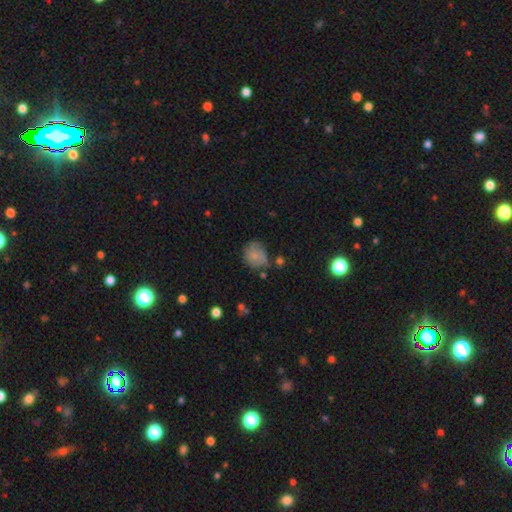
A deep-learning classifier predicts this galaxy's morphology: Smooth or featured? Predicted: smooth (p=0.74). How rounded? Predicted: round (p=0.72). Merging? Predicted: none (p=0.55).